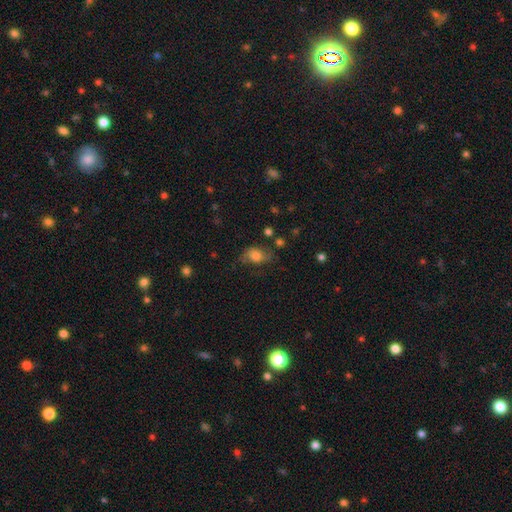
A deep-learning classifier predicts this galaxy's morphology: This appears to be a smooth galaxy with no disk features (66%) that is in between round and cigar-shaped (74%). Merging: none (50%).